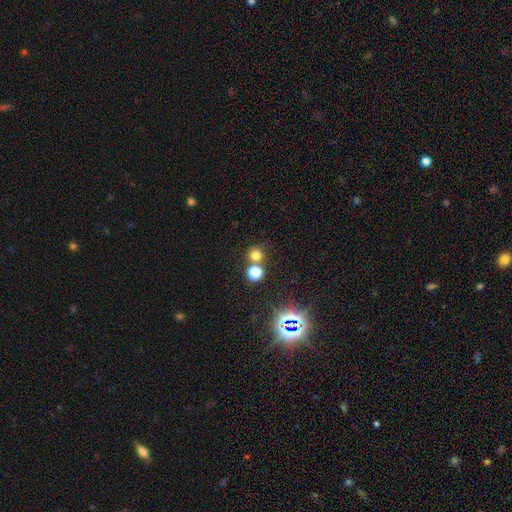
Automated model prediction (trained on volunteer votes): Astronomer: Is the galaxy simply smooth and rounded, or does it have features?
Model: smooth — 69%.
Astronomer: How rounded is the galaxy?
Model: round — 90%.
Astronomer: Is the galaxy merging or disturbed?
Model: none — 68%.